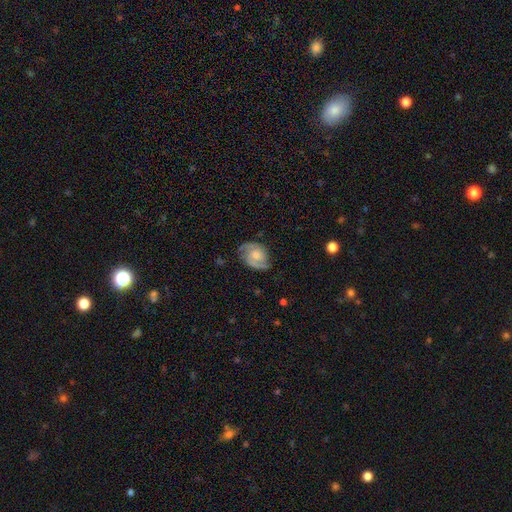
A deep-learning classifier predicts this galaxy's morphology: type=featured or disk (81%); edge-on=no (97%); bar=no (64%); spiral arms=yes (95%); winding=medium (49%); arm count=2 (89%); bulge=moderate (48%); merging=none (75%).